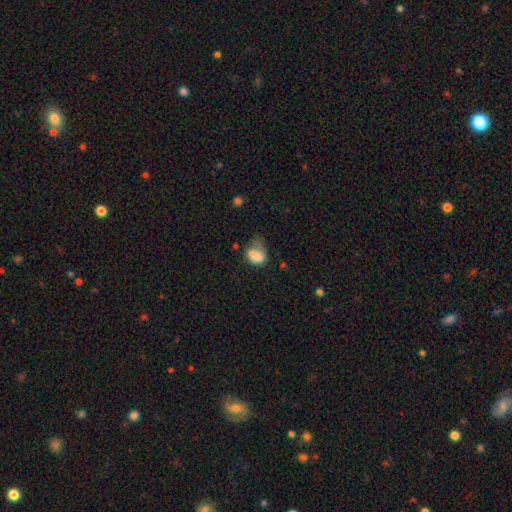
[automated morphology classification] Smooth or featured? Predicted: smooth (p=0.71). How rounded? Predicted: in between (p=0.64). Merging? Predicted: merger (p=0.28).